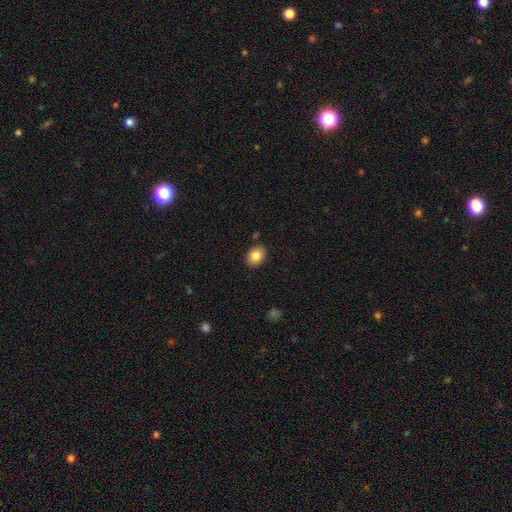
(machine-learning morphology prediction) Smooth or featured?
  - smooth: 85% *
  - star or artifact: 8%
  - featured or disk: 7%
How rounded?
  - in between: 61% *
  - round: 38%
  - cigar-shaped: 1%
Merging?
  - none: 87% *
  - minor disturbance: 8%
  - merger: 2%
  - major disturbance: 2%